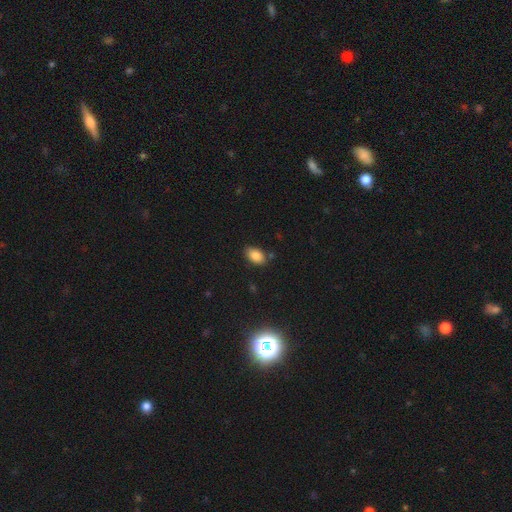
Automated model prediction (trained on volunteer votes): A smooth galaxy with no disk features (85%) that is in between round and cigar-shaped (91%).

Vote fractions:
- Smooth or featured? smooth: 85% / star or artifact: 9% / featured or disk: 6%
- How rounded? in between: 91% / round: 8% / cigar-shaped: 2%
- Merging? none: 80% / minor disturbance: 14% / merger: 3% / major disturbance: 3%